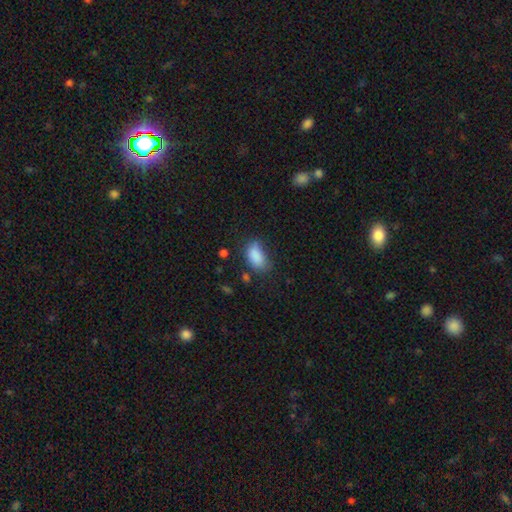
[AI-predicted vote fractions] Smooth or featured?
  - smooth: 85% *
  - star or artifact: 9%
  - featured or disk: 6%
How rounded?
  - in between: 91% *
  - round: 7%
  - cigar-shaped: 3%
Merging?
  - none: 56% *
  - minor disturbance: 29%
  - major disturbance: 11%
  - merger: 4%